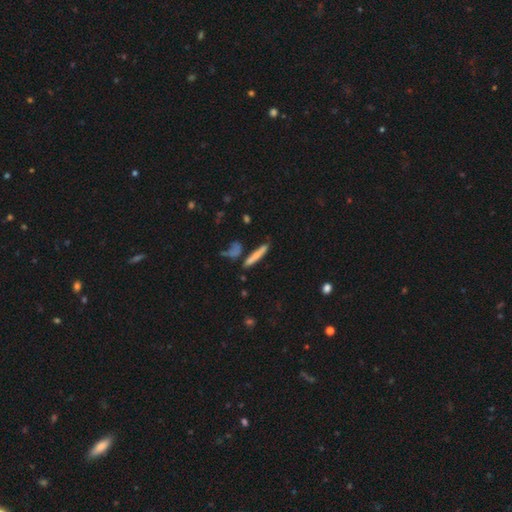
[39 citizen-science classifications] Smooth or featured? smooth (54%)
How rounded? cigar-shaped (100%)
Merging? none (84%)